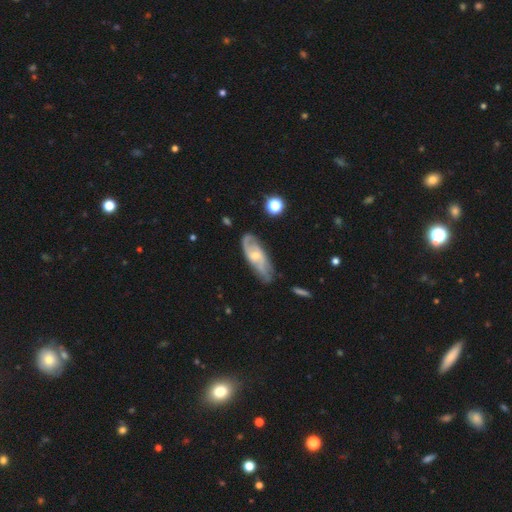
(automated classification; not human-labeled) This is likely a featured or disk galaxy (69%). It is clearly not viewed edge-on (87%). Bar: possibly no (50%). Spiral arm pattern: clearly yes (87%). Spiral arm count: possibly 2 (54%). Spiral winding: marginally medium (44%). Central bulge: possibly small (48%). Merging: likely none (65%).